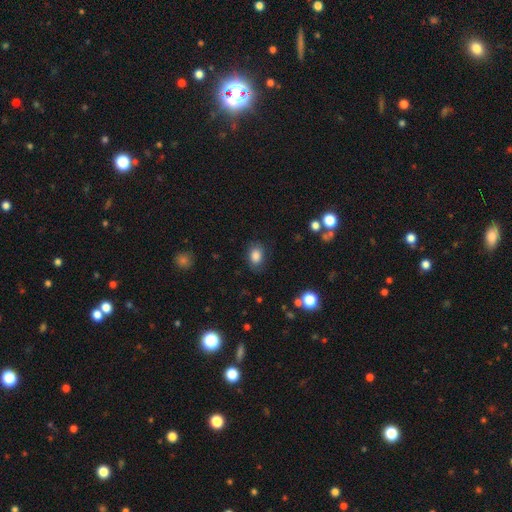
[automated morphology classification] Overall: smooth (84%). How rounded: in between (69%; round 30%). Merging: none (79%).